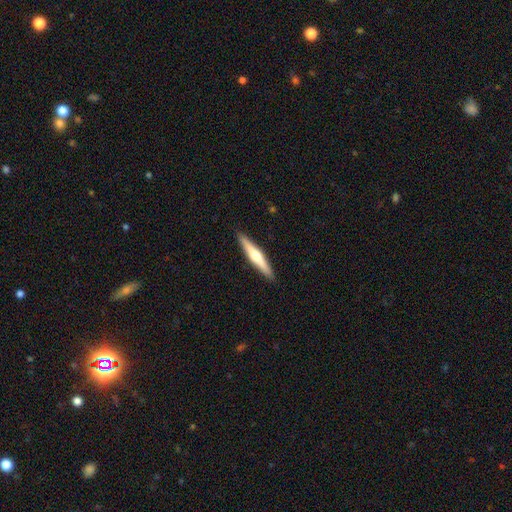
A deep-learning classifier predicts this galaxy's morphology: type=featured or disk (57%); edge-on=yes (97%); edge-on bulge=rounded (84%); merging=none (92%).